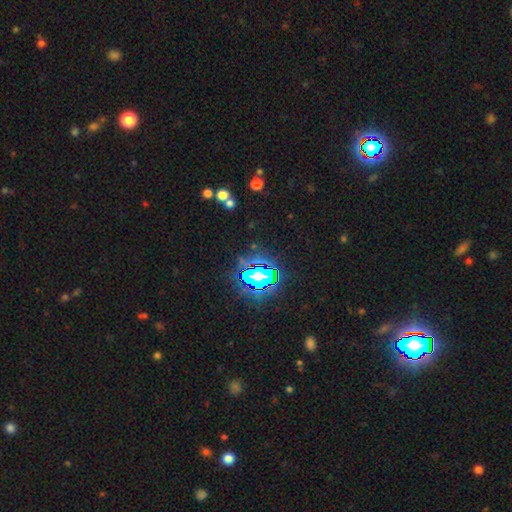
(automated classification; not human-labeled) smooth_or_featured: star or artifact (p=0.80) [alt: smooth p=0.12]